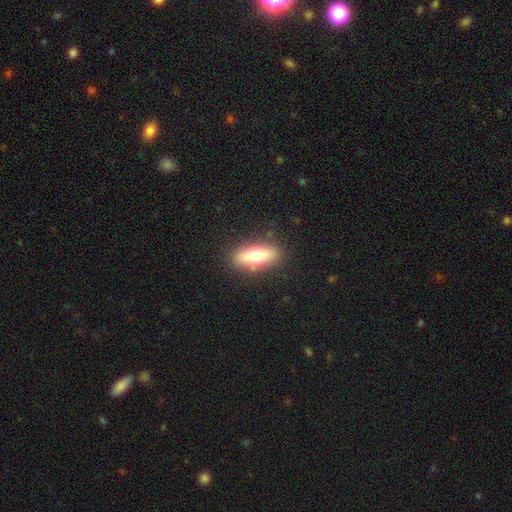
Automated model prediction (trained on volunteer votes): Smooth or featured?
  - smooth: 67% *
  - featured or disk: 26%
  - star or artifact: 7%
How rounded?
  - in between: 65% *
  - cigar-shaped: 31%
  - round: 3%
Merging?
  - none: 85% *
  - minor disturbance: 11%
  - major disturbance: 3%
  - merger: 2%